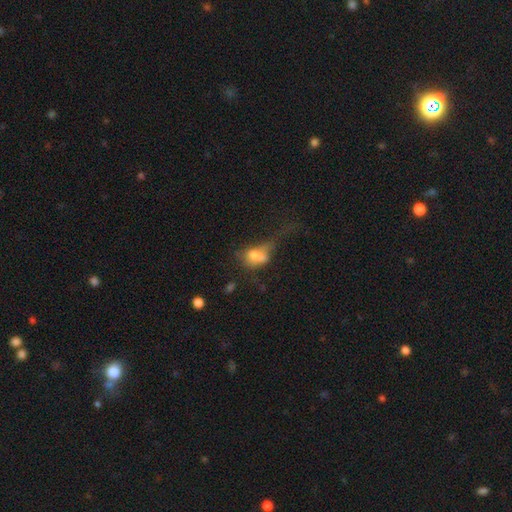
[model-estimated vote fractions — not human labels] Q: Smooth or featured?
A: smooth (61%); runner-up: featured or disk (27%)
Q: How rounded?
A: in between (74%); runner-up: round (21%)
Q: Merging?
A: major disturbance (45%); runner-up: merger (19%)